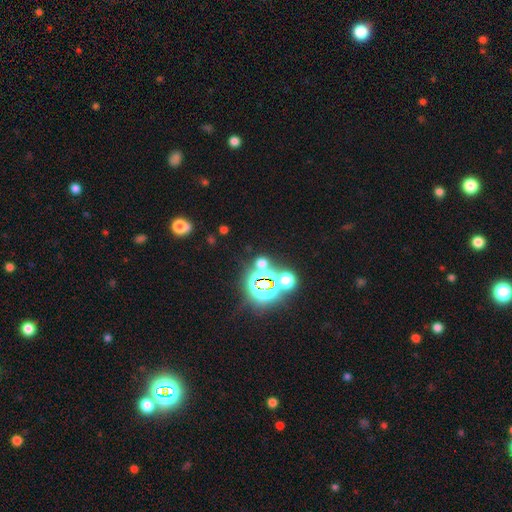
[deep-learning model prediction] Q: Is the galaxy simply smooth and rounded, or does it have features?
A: star or artifact — 77%.